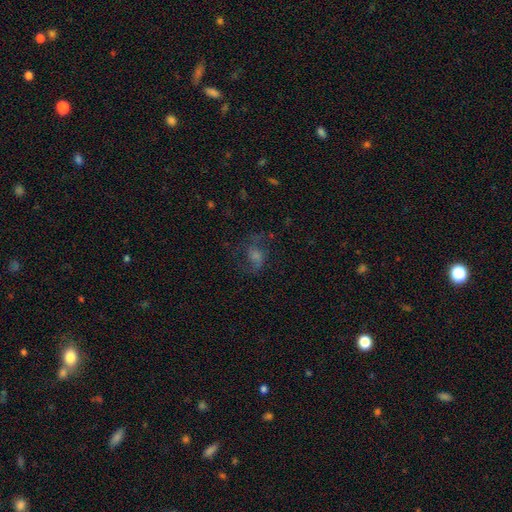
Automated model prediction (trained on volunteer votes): Morphology: type=featured or disk (50%); merging=none (60%).